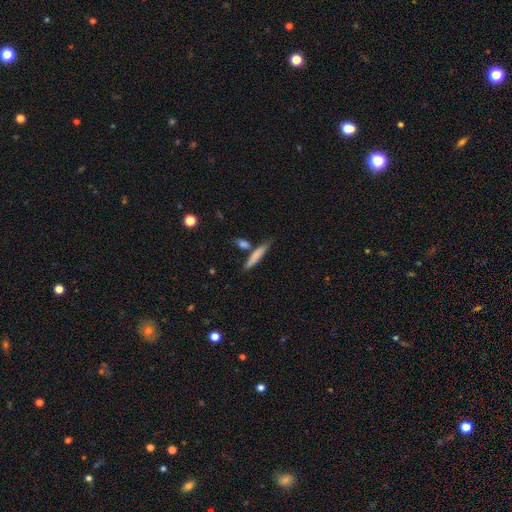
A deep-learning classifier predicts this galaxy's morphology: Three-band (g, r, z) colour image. It shows a smooth galaxy with no disk features (77%) that is cigar-shaped (86%). Merging: none (67%).